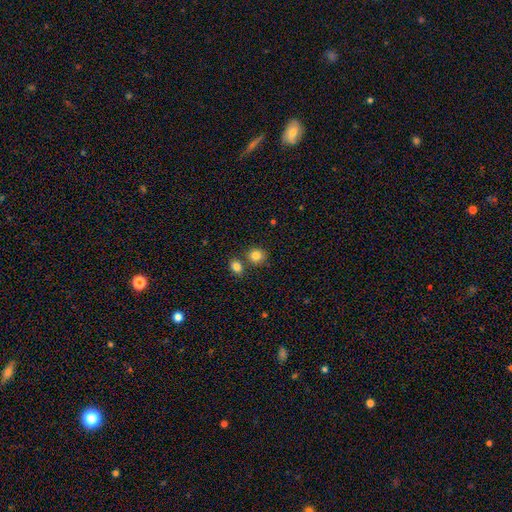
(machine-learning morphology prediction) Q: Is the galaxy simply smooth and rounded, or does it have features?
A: smooth — 84%.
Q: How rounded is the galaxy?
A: round — 78%.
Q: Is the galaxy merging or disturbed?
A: none — 70%.